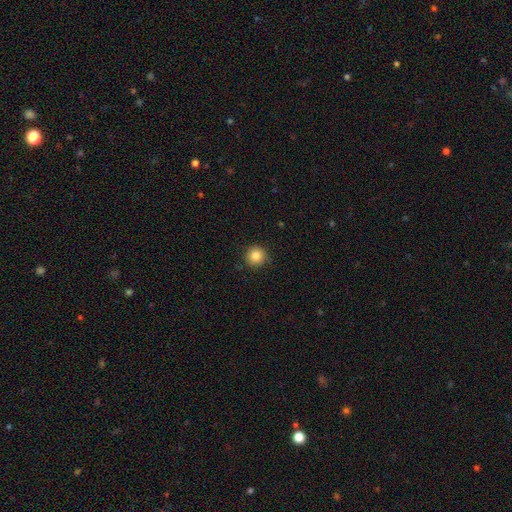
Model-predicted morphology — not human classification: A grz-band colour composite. It shows a smooth galaxy with no disk features (85%) that is round (95%). Merging: none (89%).